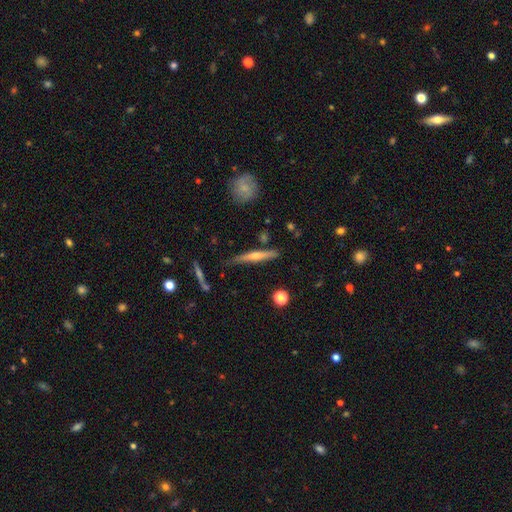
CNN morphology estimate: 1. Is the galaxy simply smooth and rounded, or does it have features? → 62% featured or disk, 31% smooth, 7% star or artifact.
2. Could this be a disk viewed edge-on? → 96% yes, 4% no.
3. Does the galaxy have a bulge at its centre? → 80% rounded, 15% none, 6% boxy.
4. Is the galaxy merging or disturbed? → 83% none, 11% minor disturbance, 3% merger, 2% major disturbance.